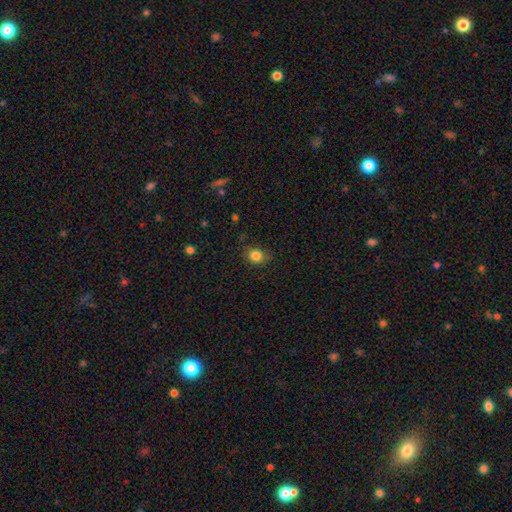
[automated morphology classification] This appears to be a smooth galaxy with no disk features (83%) that is round (58%). Merging: none (79%).